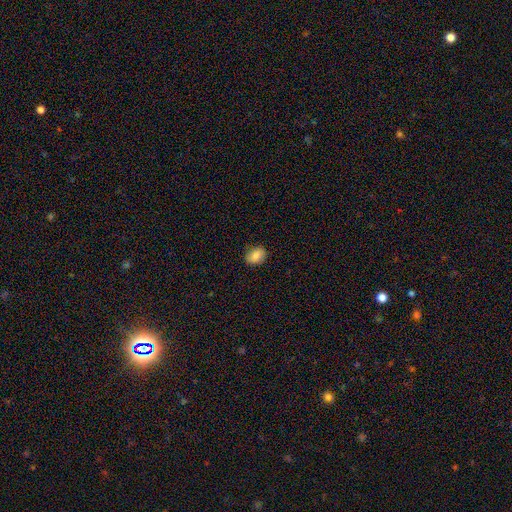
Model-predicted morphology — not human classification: A smooth galaxy with no disk features (85%) that is in between round and cigar-shaped (65%). Merging: none (87%).